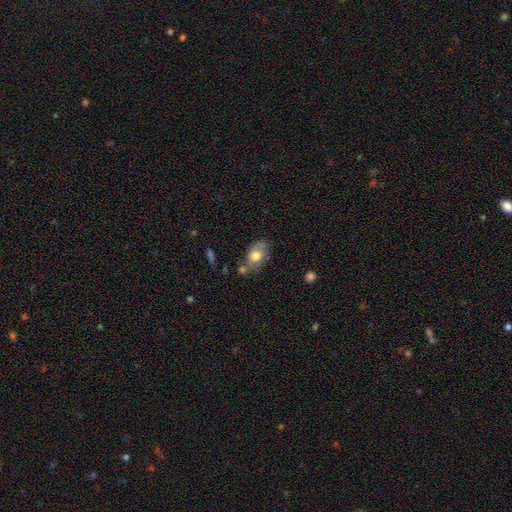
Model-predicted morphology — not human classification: type=smooth (72%); roundness=in between (80%); merging=none (51%).